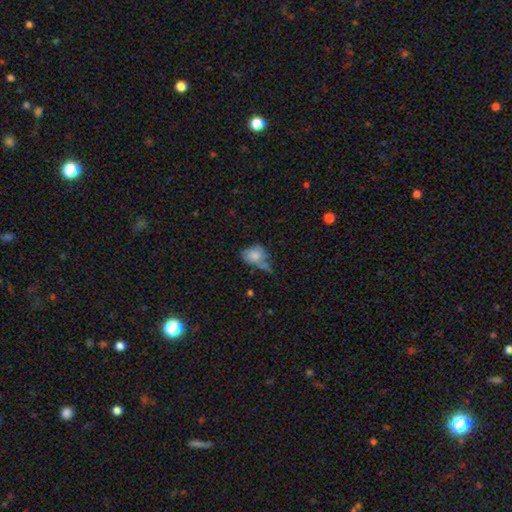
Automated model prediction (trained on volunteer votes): Q: Smooth or featured?
A: smooth (70%); runner-up: featured or disk (20%)
Q: How rounded?
A: in between (66%); runner-up: round (32%)
Q: Merging?
A: none (32%); runner-up: minor disturbance (30%)